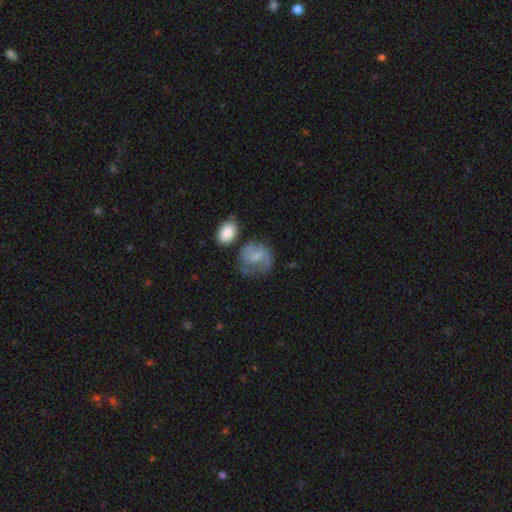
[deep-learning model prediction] A smooth galaxy with no disk features (48%). Merging: none (45%).